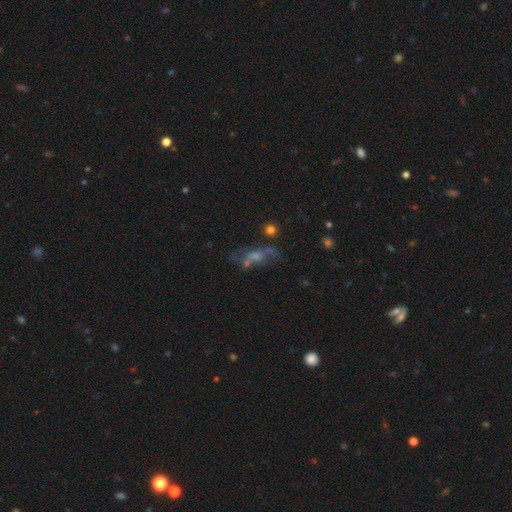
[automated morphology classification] The model was most divided on "smooth or featured": featured or disk: 46%, smooth: 28%, star or artifact: 26%. Remaining: merging — none (47%).